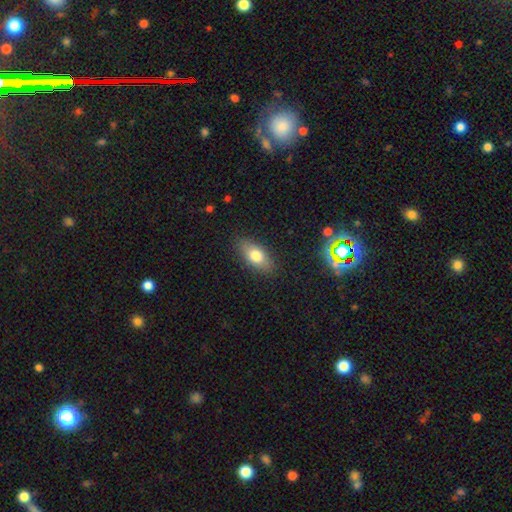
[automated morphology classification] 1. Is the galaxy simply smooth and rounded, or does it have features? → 75% smooth, 17% featured or disk, 8% star or artifact.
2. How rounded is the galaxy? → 85% in between, 9% cigar-shaped, 6% round.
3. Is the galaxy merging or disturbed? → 85% none, 11% minor disturbance, 3% major disturbance, 1% merger.